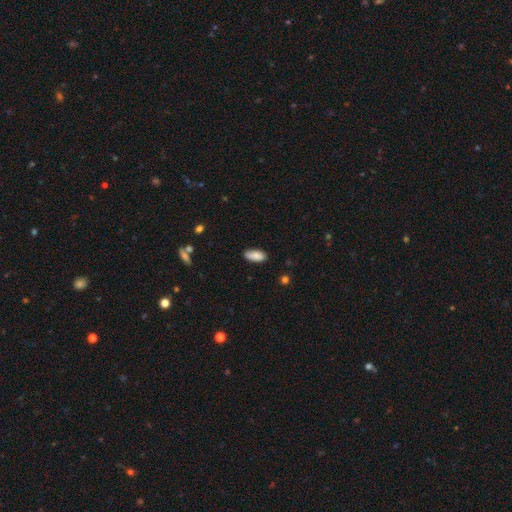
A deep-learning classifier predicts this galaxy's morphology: This appears to be a smooth galaxy with no disk features (87%) that is in between round and cigar-shaped (84%). Merging: none (83%).